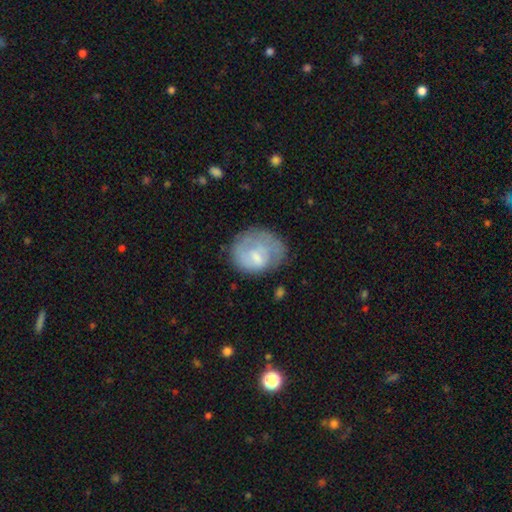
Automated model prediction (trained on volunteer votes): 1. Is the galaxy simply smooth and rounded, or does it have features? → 53% smooth, 39% featured or disk, 7% star or artifact.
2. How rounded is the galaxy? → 62% round, 37% in between, 1% cigar-shaped.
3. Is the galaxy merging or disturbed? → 52% none, 27% minor disturbance, 18% major disturbance, 3% merger.